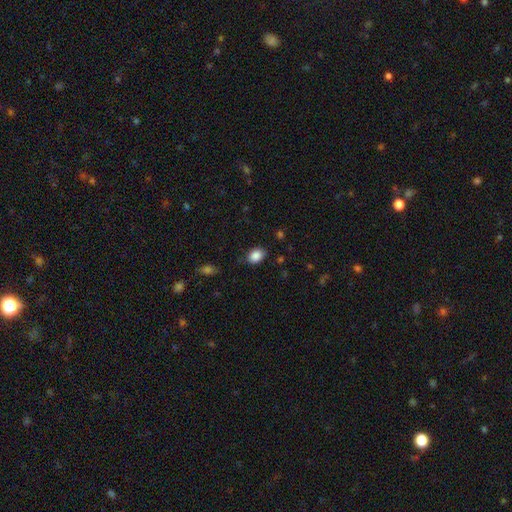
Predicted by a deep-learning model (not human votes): This is clearly a smooth galaxy (87%). How rounded: likely in between (66%). Merging: clearly none (81%).